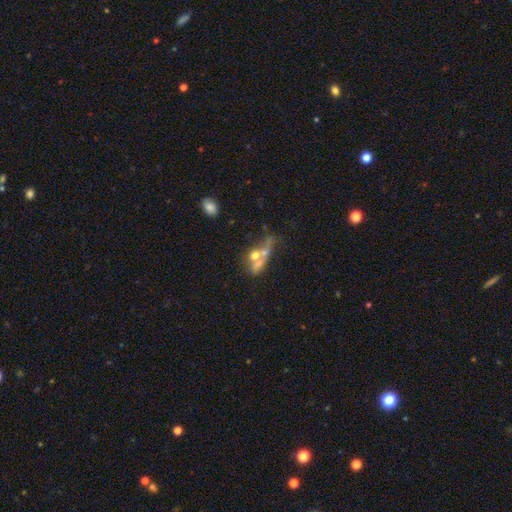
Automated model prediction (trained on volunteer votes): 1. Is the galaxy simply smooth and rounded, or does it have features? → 48% smooth, 38% featured or disk, 14% star or artifact.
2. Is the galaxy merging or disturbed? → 54% merger, 20% none, 17% major disturbance, 10% minor disturbance.